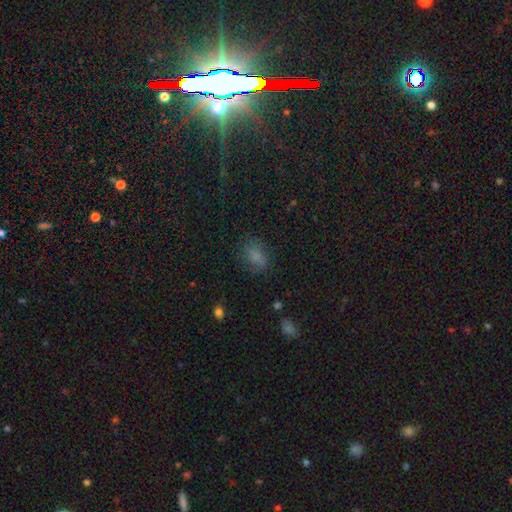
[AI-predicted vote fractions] A smooth galaxy with no disk features (78%) that is in between round and cigar-shaped (81%).

Vote fractions:
- Smooth or featured? smooth: 78% / star or artifact: 14% / featured or disk: 8%
- How rounded? in between: 81% / round: 17% / cigar-shaped: 2%
- Merging? none: 72% / minor disturbance: 19% / major disturbance: 8% / merger: 2%